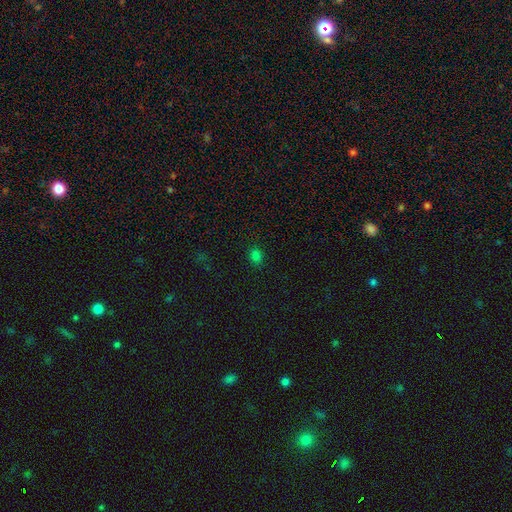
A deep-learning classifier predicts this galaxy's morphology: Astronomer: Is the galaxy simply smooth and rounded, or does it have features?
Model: smooth — 79%.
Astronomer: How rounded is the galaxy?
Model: round — 54% (runner-up: in between, 45%).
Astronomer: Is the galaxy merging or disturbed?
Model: none — 88%.